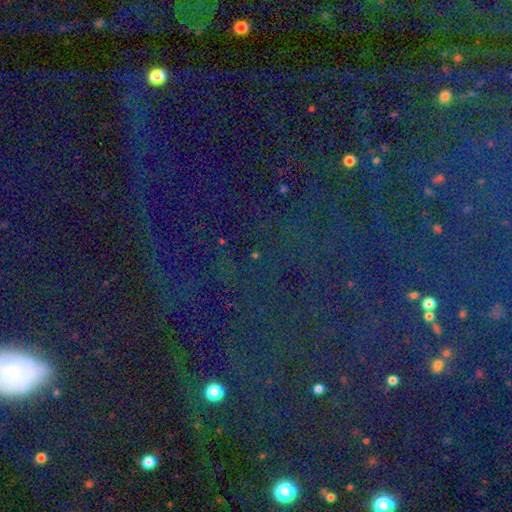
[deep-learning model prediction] A star or artifact, not a galaxy (80%).

Vote fractions:
- Smooth or featured? star or artifact: 80% / smooth: 12% / featured or disk: 8%